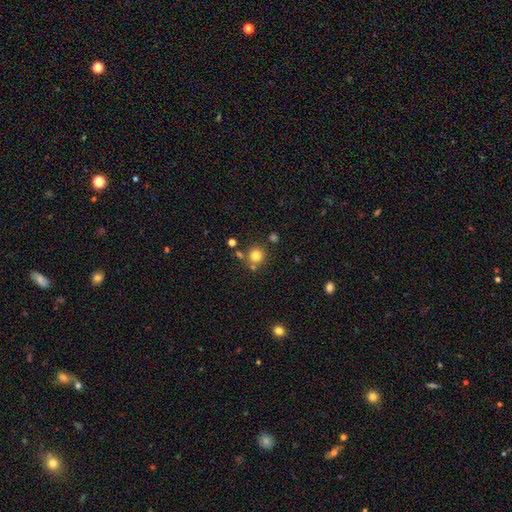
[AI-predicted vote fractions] The model was most divided on "smooth or featured": smooth: 78%, star or artifact: 14%, featured or disk: 8%. More confident: how rounded — round (92%); merging — none (76%).